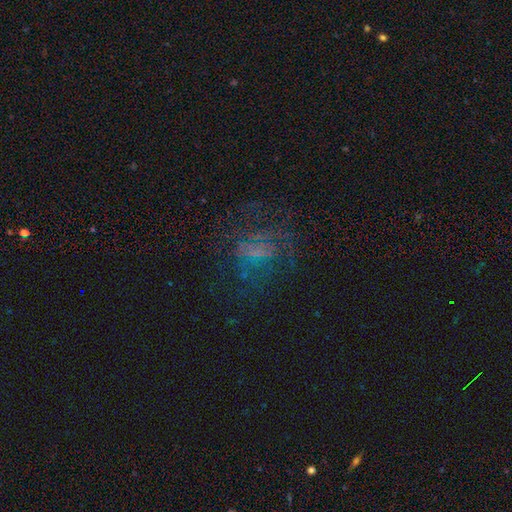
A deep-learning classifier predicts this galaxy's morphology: featured or disk 45%, star or artifact 28%, smooth 27%. Down the decision tree: merging — none (53%).